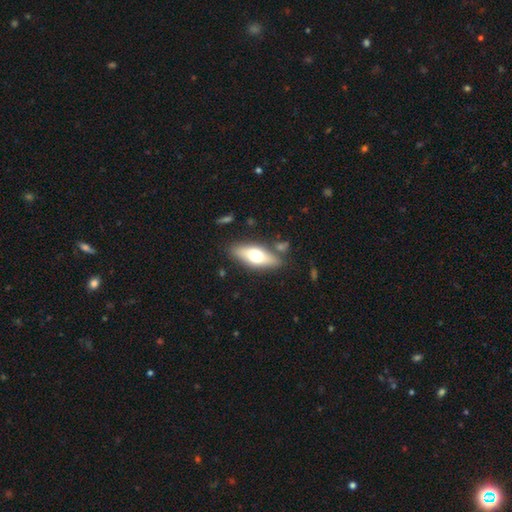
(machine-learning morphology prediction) smooth 56%, featured or disk 38%, star or artifact 6%. Down the decision tree: how rounded — in between (64%); merging — none (81%).